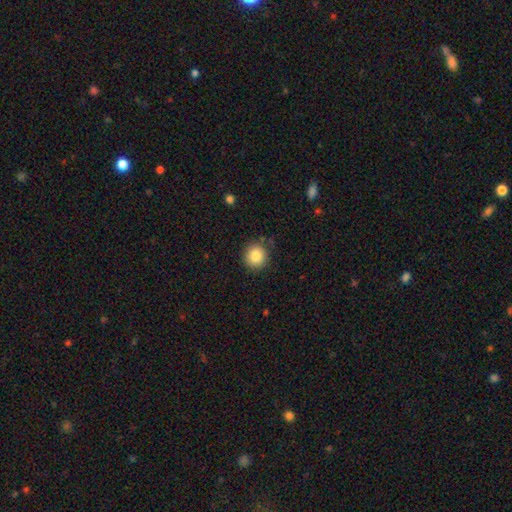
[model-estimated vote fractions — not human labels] A smooth galaxy with no disk features (84%) that is round (92%).

Vote fractions:
- Smooth or featured? smooth: 84% / star or artifact: 10% / featured or disk: 6%
- How rounded? round: 92% / in between: 7% / cigar-shaped: 1%
- Merging? none: 85% / minor disturbance: 10% / major disturbance: 3% / merger: 2%